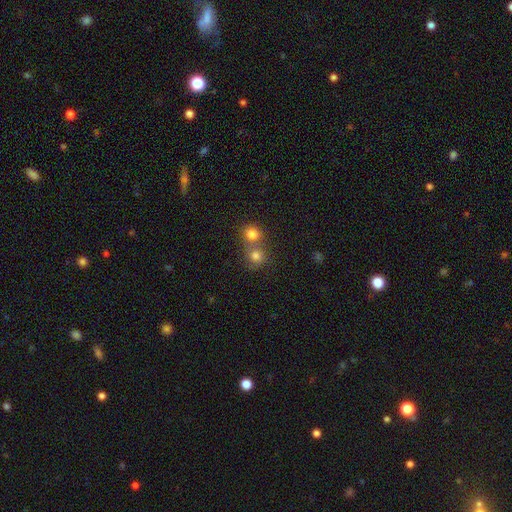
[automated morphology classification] The model was most divided on "merging": merger: 47%, none: 44%, minor disturbance: 6%, major disturbance: 3%. More confident: how rounded — round (85%); smooth or featured — smooth (77%).